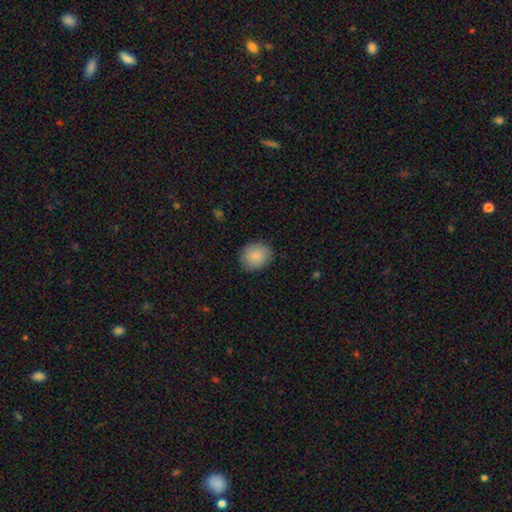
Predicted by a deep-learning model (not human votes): smooth 87%, star or artifact 8%, featured or disk 5%. Down the decision tree: how rounded — round (67%); merging — none (86%).